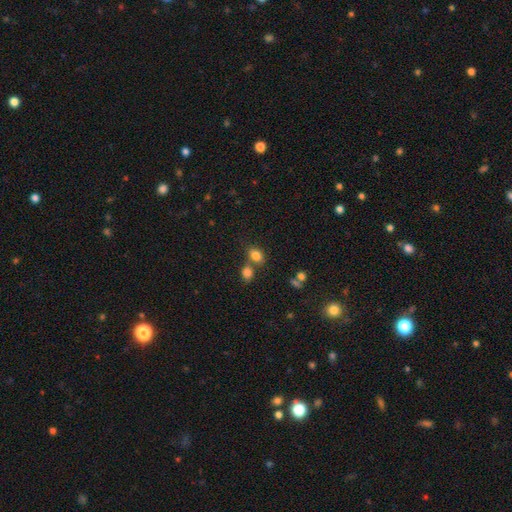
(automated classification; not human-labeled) This appears to be a smooth galaxy with no disk features (81%) that is in between round and cigar-shaped (66%). Merging: none (56%).